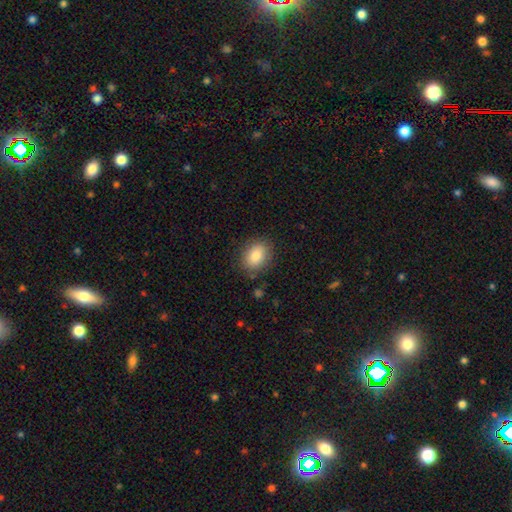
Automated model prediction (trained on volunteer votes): Q: Smooth or featured?
A: smooth (83%); runner-up: featured or disk (9%)
Q: How rounded?
A: in between (61%); runner-up: round (38%)
Q: Merging?
A: none (85%); runner-up: minor disturbance (11%)